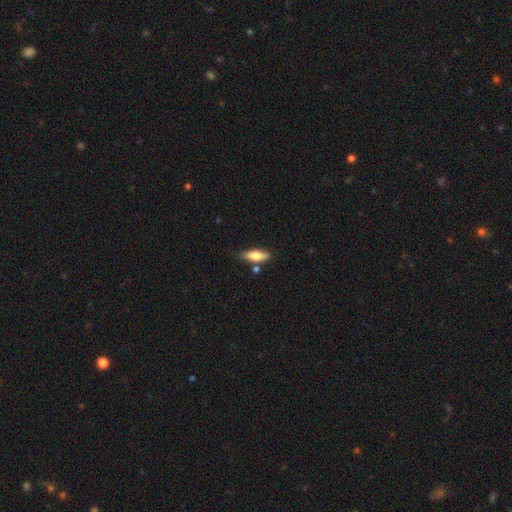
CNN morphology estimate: A smooth galaxy with no disk features (76%) that is in between round and cigar-shaped (58%). Merging: none (75%).